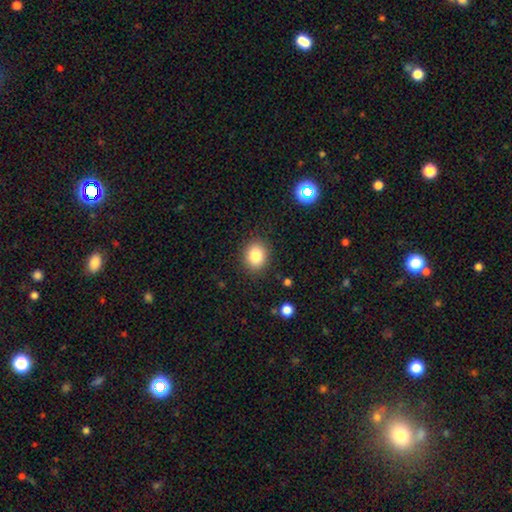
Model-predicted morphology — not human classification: Q: Smooth or featured?
A: smooth (82%); runner-up: star or artifact (10%)
Q: How rounded?
A: round (65%); runner-up: in between (34%)
Q: Merging?
A: none (87%); runner-up: minor disturbance (8%)